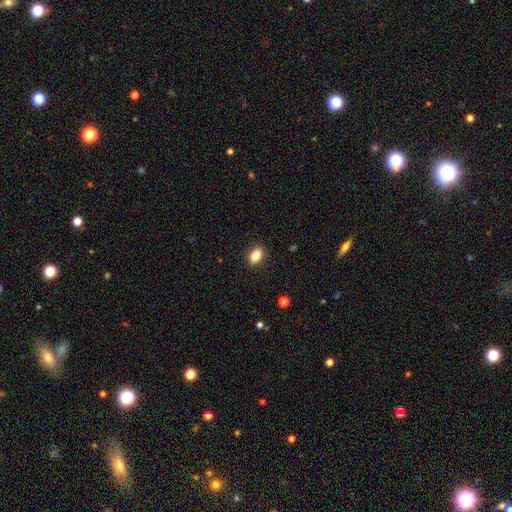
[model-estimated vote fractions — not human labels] A smooth galaxy with no disk features (85%) that is in between round and cigar-shaped (84%). Merging: none (89%).